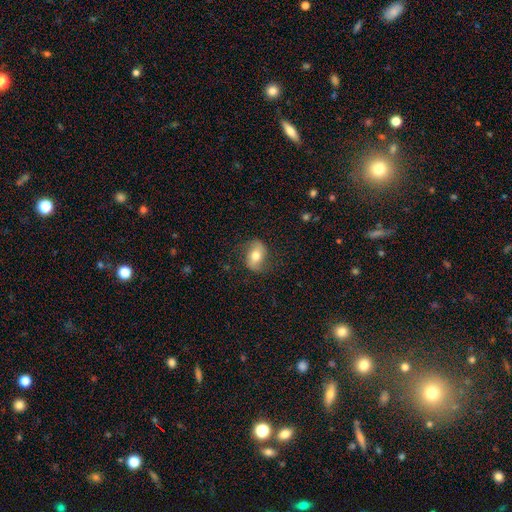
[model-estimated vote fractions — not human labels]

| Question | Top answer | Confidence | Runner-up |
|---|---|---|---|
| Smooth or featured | smooth | 54% | featured or disk (38%) |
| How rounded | in between | 80% | round (18%) |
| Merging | none | 75% | minor disturbance (17%) |